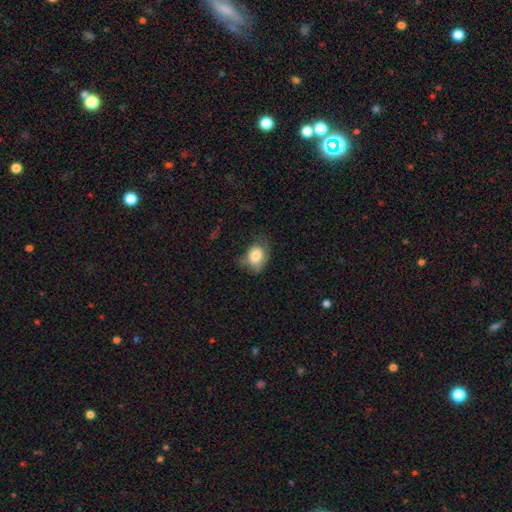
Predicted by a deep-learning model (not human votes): Smooth or featured? smooth (81%)
How rounded? in between (64%)
Merging? none (49%)